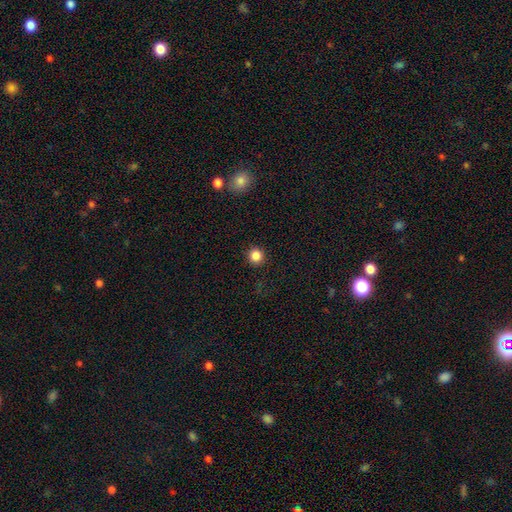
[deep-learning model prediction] A smooth galaxy with no disk features (85%) that is round (93%). Merging: none (92%).